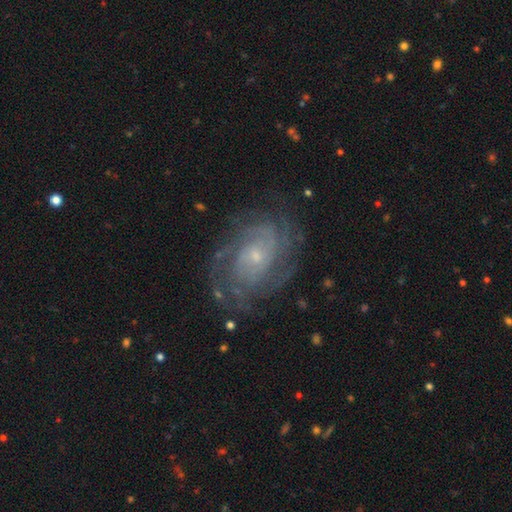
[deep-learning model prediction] Smooth or featured? featured or disk (85%)
Edge-on disk? no (97%)
Bar? no (73%)
Spiral arms? yes (95%)
Spiral winding? tight (65%)
Spiral arm count? can't tell (34%)
Bulge size? small (75%)
Merging? none (76%)